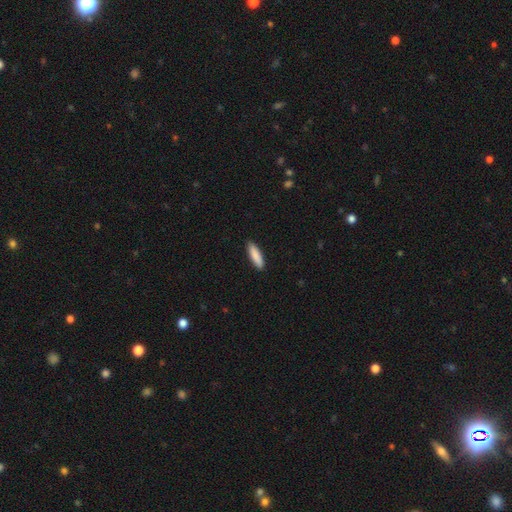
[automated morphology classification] Overall: smooth (88%). How rounded: cigar-shaped (68%; in between 31%). Merging: none (90%).